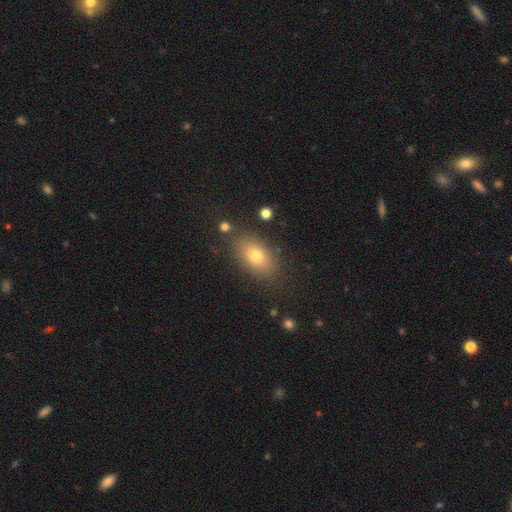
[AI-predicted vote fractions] A smooth galaxy with no disk features (77%) that is in between round and cigar-shaped (87%). Merging: none (83%).